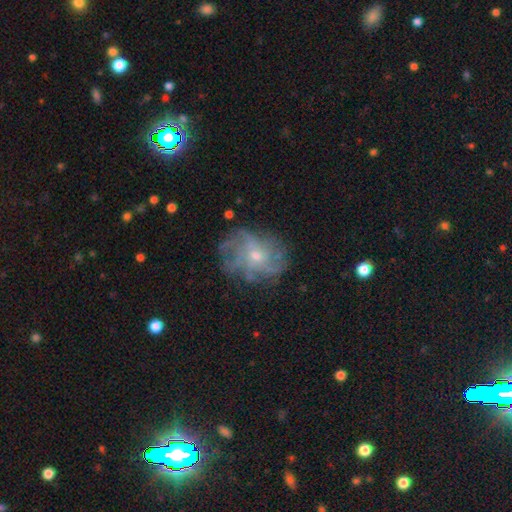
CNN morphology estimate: A featured or disk galaxy (71%) with no bar (78%), medium (37%) spiral arms (81%) and a small central bulge (61%). Merging: none (69%).